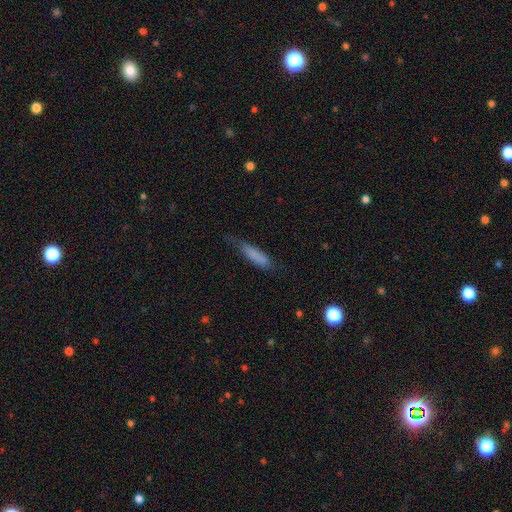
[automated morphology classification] This is likely a smooth galaxy (78%). How rounded: likely cigar-shaped (75%). Merging: possibly none (60%).